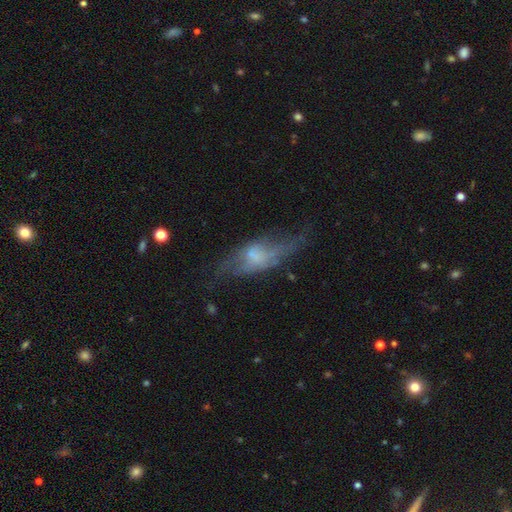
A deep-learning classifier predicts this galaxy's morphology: Smooth or featured? Predicted: featured or disk (p=0.57). Edge-on disk? Predicted: no (p=0.61). Merging? Predicted: none (p=0.45).